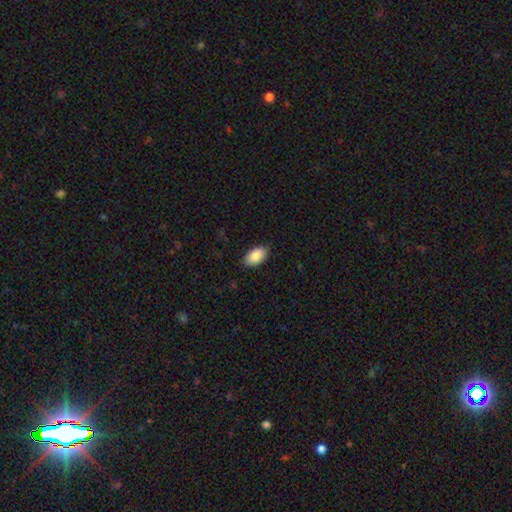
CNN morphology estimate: smooth_or_featured: smooth (p=0.89) [alt: star or artifact p=0.06]
how_rounded: in between (p=0.95) [alt: round p=0.04]
merging: none (p=0.86) [alt: minor disturbance p=0.11]